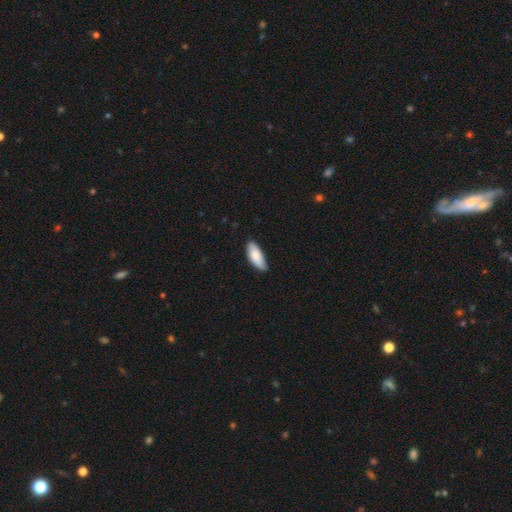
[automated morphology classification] Q: Smooth or featured?
A: smooth (82%); runner-up: featured or disk (12%)
Q: How rounded?
A: in between (82%); runner-up: cigar-shaped (16%)
Q: Merging?
A: none (74%); runner-up: minor disturbance (22%)